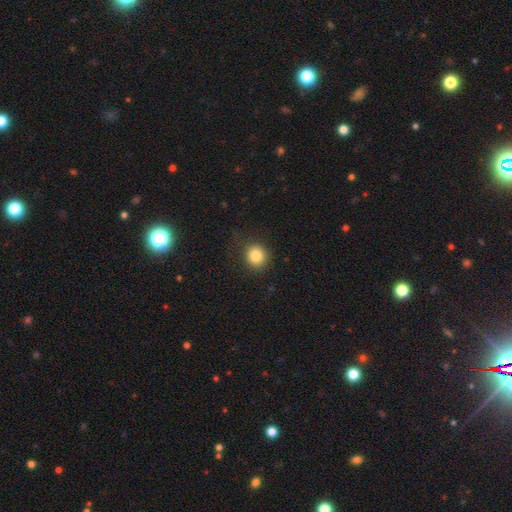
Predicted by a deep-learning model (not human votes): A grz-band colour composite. It shows a smooth galaxy with no disk features (83%) that is round (88%). Merging: none (83%).